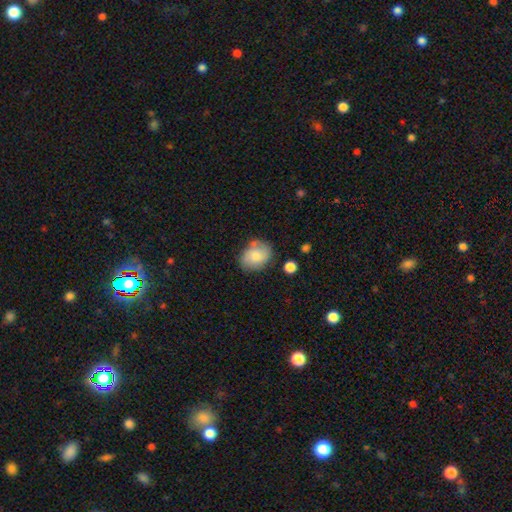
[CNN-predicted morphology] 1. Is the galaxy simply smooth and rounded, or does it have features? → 70% smooth, 23% featured or disk, 8% star or artifact.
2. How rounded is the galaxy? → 52% in between, 47% round, 1% cigar-shaped.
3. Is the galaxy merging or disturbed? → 62% none, 26% minor disturbance, 7% major disturbance, 5% merger.